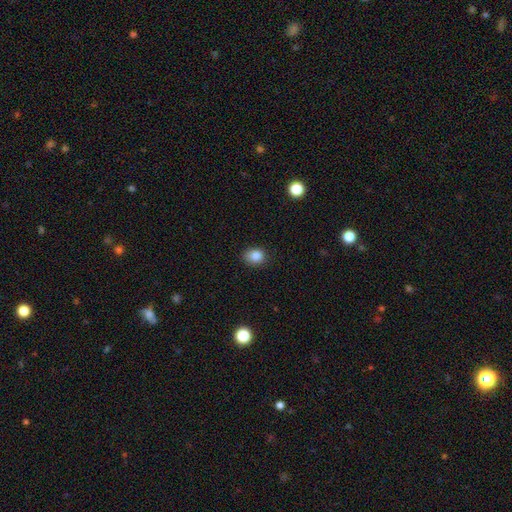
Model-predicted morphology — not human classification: This appears to be a smooth galaxy with no disk features (85%) that is round (58%). Merging: none (80%).